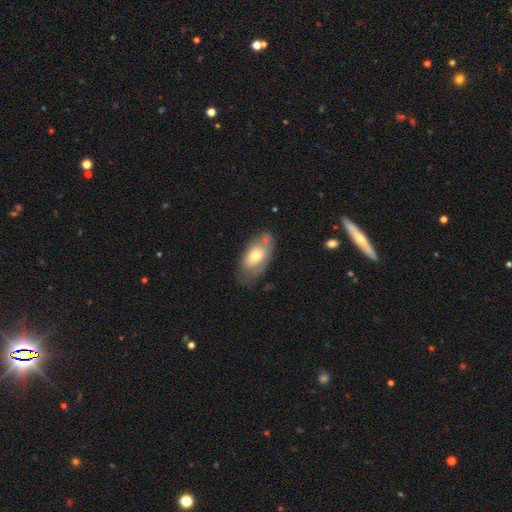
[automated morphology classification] A smooth galaxy with no disk features (63%) that is in between round and cigar-shaped (91%).

Vote fractions:
- Smooth or featured? smooth: 63% / featured or disk: 30% / star or artifact: 7%
- How rounded? in between: 91% / round: 5% / cigar-shaped: 4%
- Merging? none: 56% / minor disturbance: 25% / merger: 9% / major disturbance: 9%